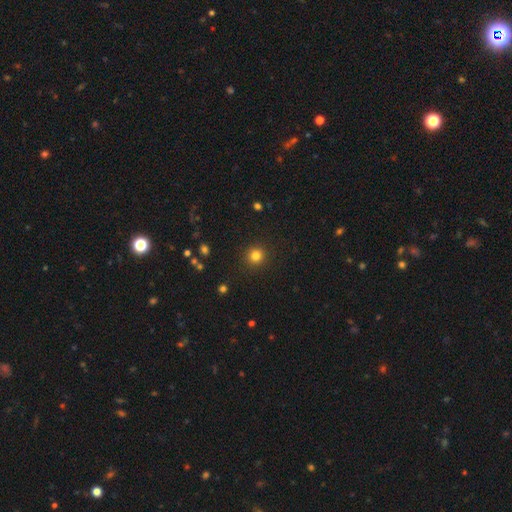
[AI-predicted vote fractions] A smooth galaxy with no disk features (82%) that is round (93%).

Vote fractions:
- Smooth or featured? smooth: 82% / star or artifact: 14% / featured or disk: 5%
- How rounded? round: 93% / in between: 6% / cigar-shaped: 1%
- Merging? none: 91% / minor disturbance: 5% / major disturbance: 2% / merger: 1%